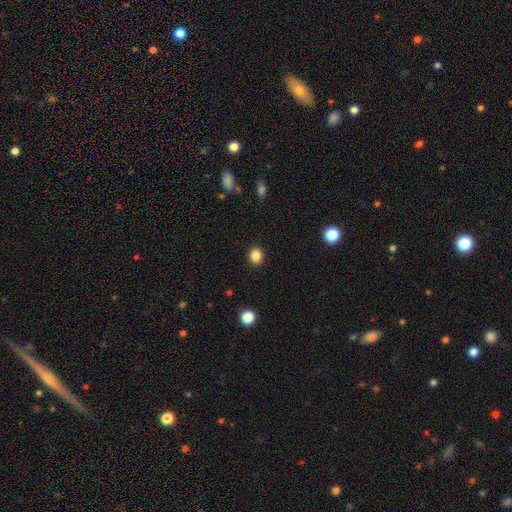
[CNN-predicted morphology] smooth-or-featured: smooth: 86% | star or artifact: 11% | featured or disk: 3%
  how-rounded: round: 62% | in between: 37% | cigar-shaped: 1%
  merging: none: 91% | minor disturbance: 6% | major disturbance: 2% | merger: 1%